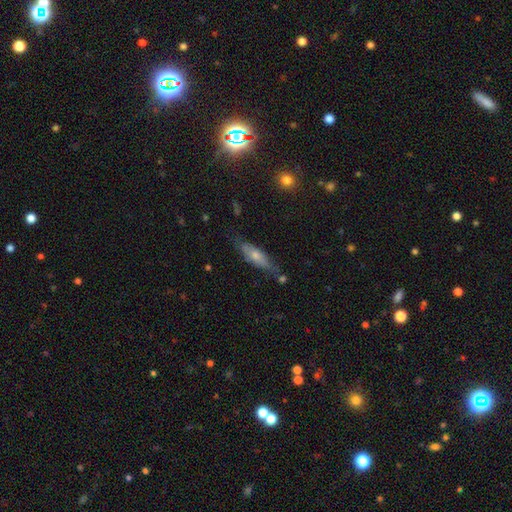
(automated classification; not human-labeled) Smooth or featured: smooth — 60% (featured or disk — 33%)
How rounded: in between — 53% (cigar-shaped — 45%)
Merging: none — 61% (minor disturbance — 27%)